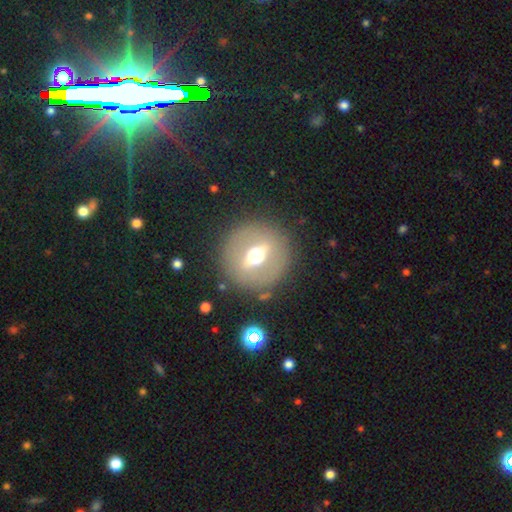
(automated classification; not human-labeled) The model was most divided on "edge-on disk": no: 60%, yes: 40%. More confident: merging — none (86%); smooth or featured — featured or disk (62%).